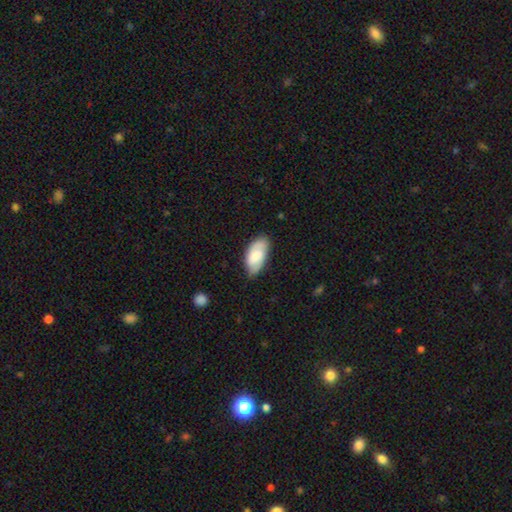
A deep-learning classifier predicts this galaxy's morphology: Smooth or featured? Predicted: smooth (p=0.71). How rounded? Predicted: in between (p=0.93). Merging? Predicted: none (p=0.72).